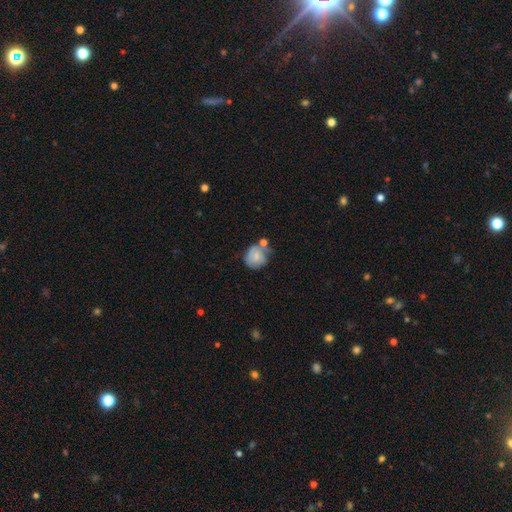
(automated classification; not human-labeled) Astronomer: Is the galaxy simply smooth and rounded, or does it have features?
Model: smooth — 64%.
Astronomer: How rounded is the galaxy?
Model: round — 71%.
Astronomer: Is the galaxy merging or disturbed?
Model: none — 41% (runner-up: minor disturbance, 25%).